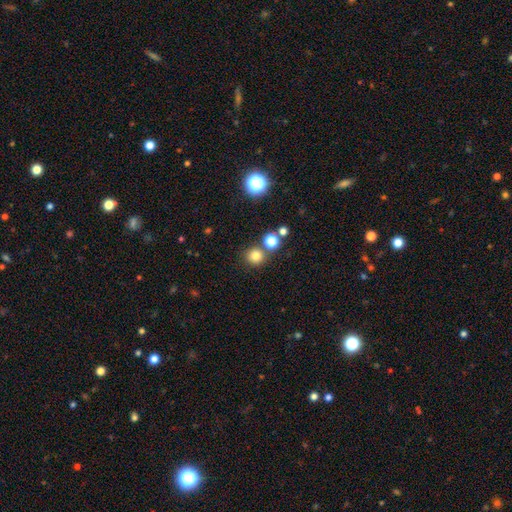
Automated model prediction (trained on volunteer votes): This is likely a smooth galaxy (78%). How rounded: clearly round (92%). Merging: likely none (76%).